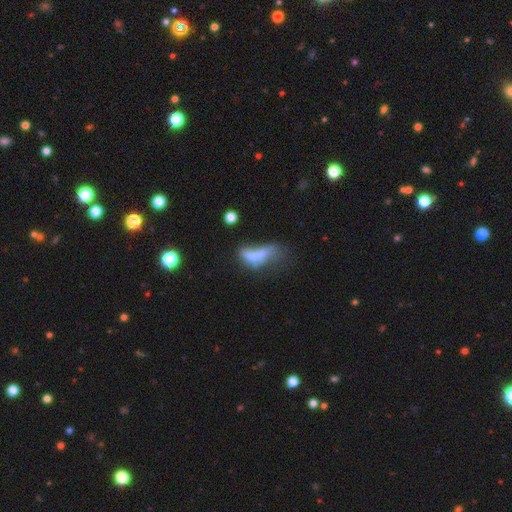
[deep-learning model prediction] This is possibly a smooth galaxy (57%). How rounded: likely in between (73%). Merging: marginally major disturbance (40%).